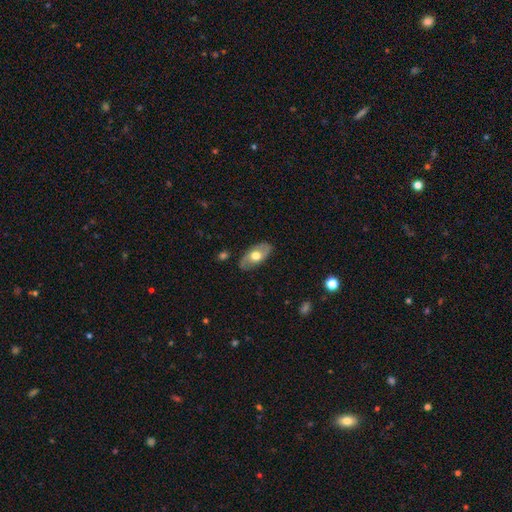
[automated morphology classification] Overall: smooth (48%; featured or disk 46%). Merging: none (84%).